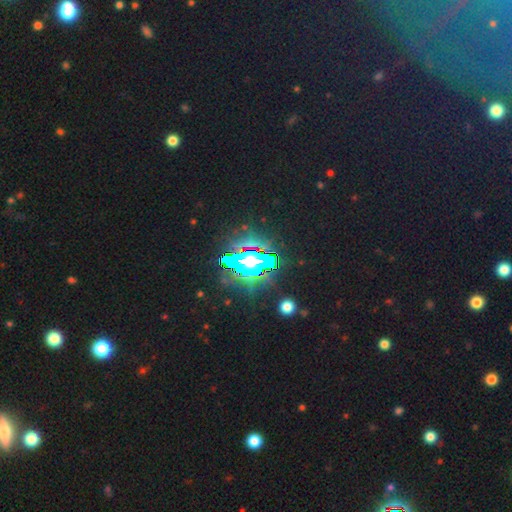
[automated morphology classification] A star or artifact, not a galaxy (83%).